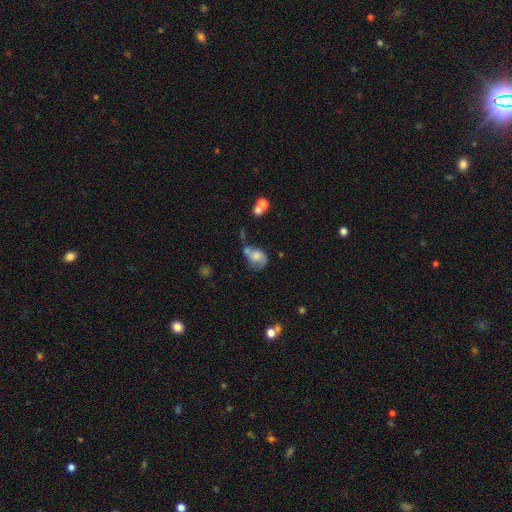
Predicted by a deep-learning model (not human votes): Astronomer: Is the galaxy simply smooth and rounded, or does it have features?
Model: smooth — 63%.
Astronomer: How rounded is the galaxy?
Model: in between — 52% (runner-up: round, 47%).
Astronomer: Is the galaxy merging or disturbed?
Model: none — 31% (runner-up: merger, 27%).